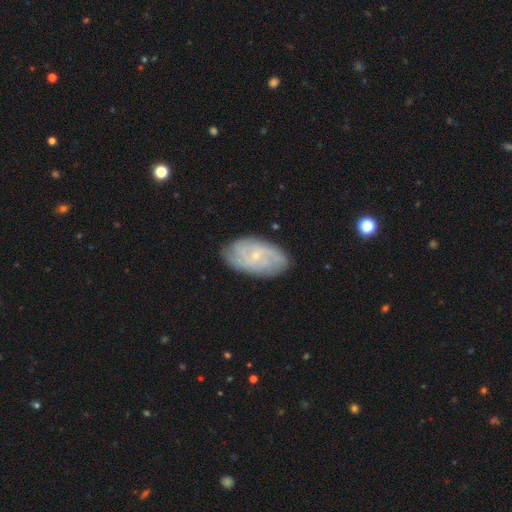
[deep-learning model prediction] This appears to be a featured or disk galaxy (70%) with no bar (62%), tight (48%) spiral arms (89%) and a small central bulge (82%). Merging: none (82%).